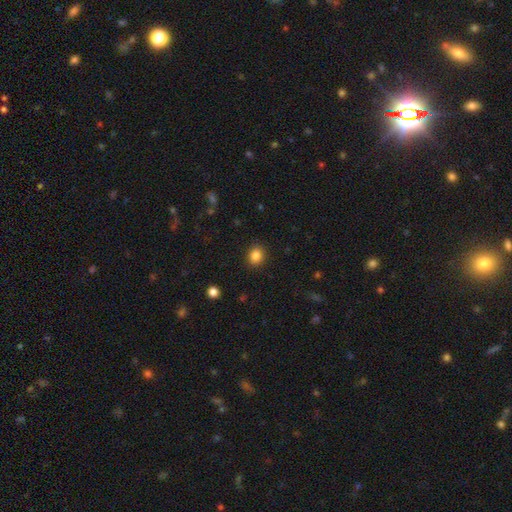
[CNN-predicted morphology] Smooth or featured: smooth — 85% (star or artifact — 11%)
How rounded: round — 63% (in between — 36%)
Merging: none — 89% (minor disturbance — 7%)